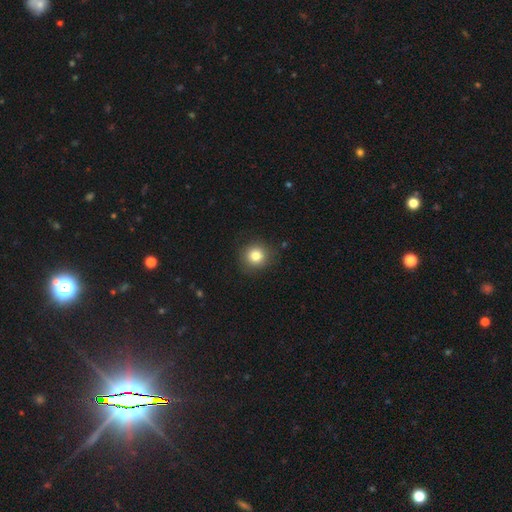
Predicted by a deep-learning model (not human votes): Smooth or featured? smooth (82%)
How rounded? round (91%)
Merging? none (88%)